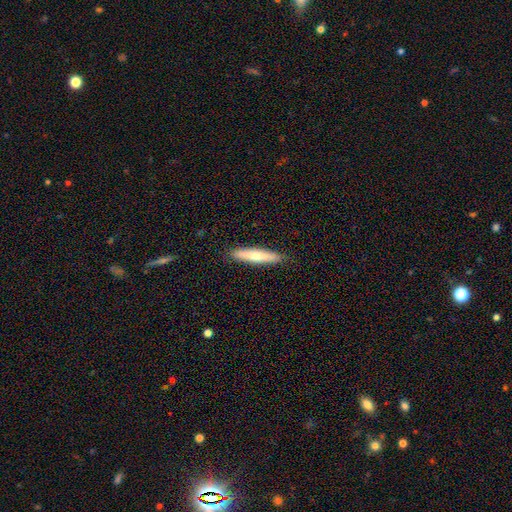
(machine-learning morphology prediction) This appears to be a smooth galaxy with no disk features (61%) that is cigar-shaped (86%). Merging: none (89%).